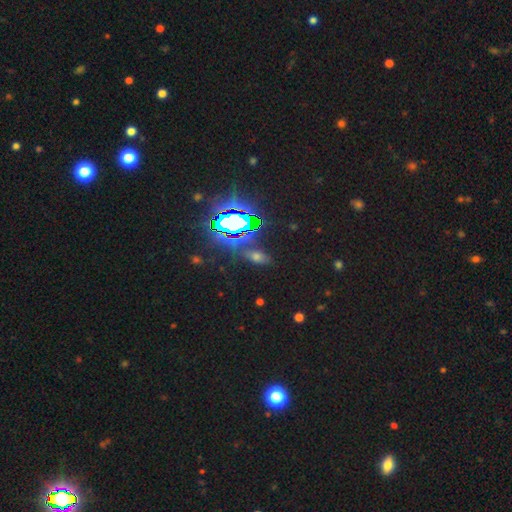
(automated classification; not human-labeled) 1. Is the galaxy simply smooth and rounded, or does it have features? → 53% star or artifact, 33% smooth, 13% featured or disk.